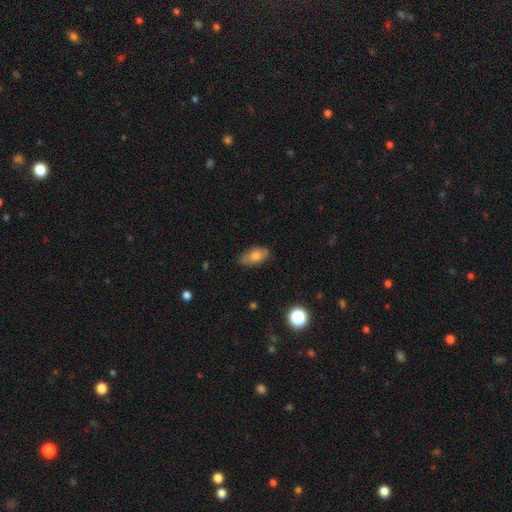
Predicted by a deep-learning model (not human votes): A smooth galaxy with no disk features (72%) that is in between round and cigar-shaped (90%).

Vote fractions:
- Smooth or featured? smooth: 72% / featured or disk: 20% / star or artifact: 8%
- How rounded? in between: 90% / round: 6% / cigar-shaped: 5%
- Merging? none: 76% / minor disturbance: 19% / major disturbance: 3% / merger: 1%